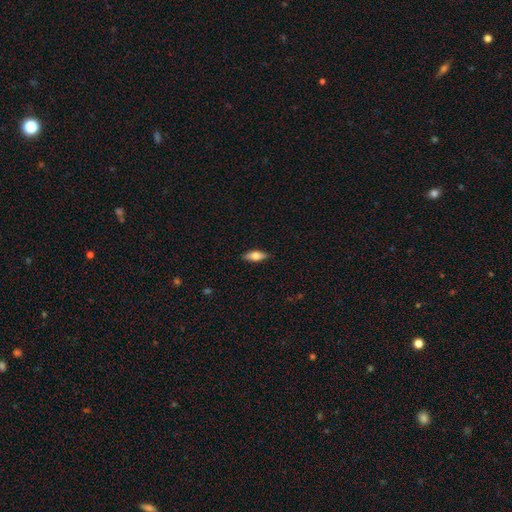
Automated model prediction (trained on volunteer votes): smooth 65%, featured or disk 28%, star or artifact 6%. Down the decision tree: how rounded — in between (72%); merging — none (88%).